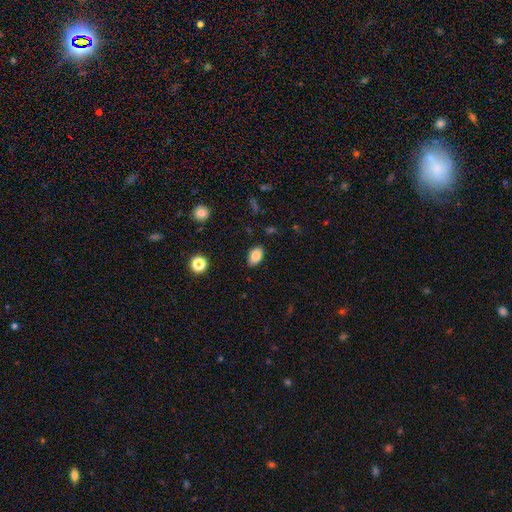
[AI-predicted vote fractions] Q: Smooth or featured?
A: smooth (84%); runner-up: star or artifact (9%)
Q: How rounded?
A: in between (88%); runner-up: round (10%)
Q: Merging?
A: none (87%); runner-up: minor disturbance (10%)